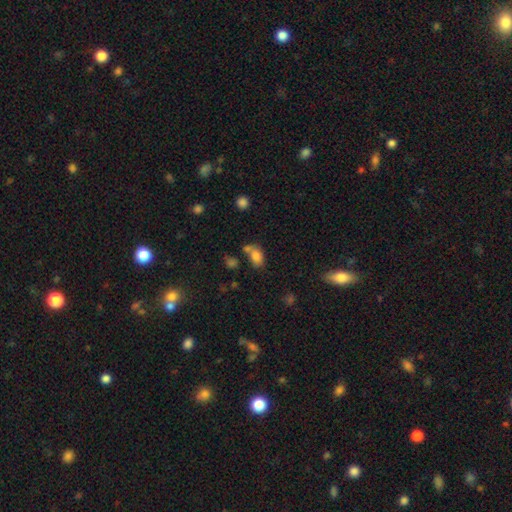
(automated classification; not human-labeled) Q: Smooth or featured?
A: smooth (80%); runner-up: star or artifact (11%)
Q: How rounded?
A: in between (80%); runner-up: round (18%)
Q: Merging?
A: none (43%); runner-up: merger (35%)